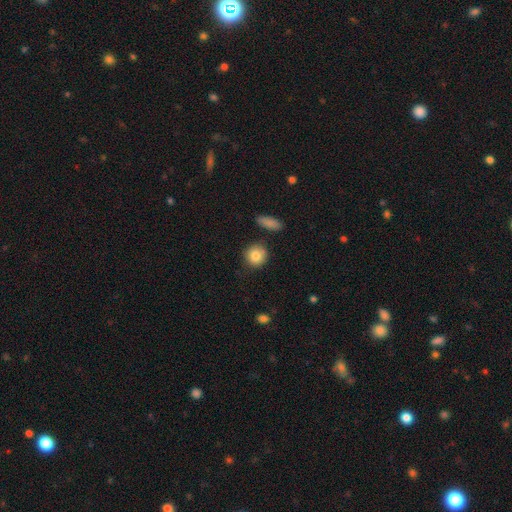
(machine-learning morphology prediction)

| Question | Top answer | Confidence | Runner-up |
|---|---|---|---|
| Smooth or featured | smooth | 84% | featured or disk (8%) |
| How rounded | round | 87% | in between (11%) |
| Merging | none | 82% | minor disturbance (10%) |